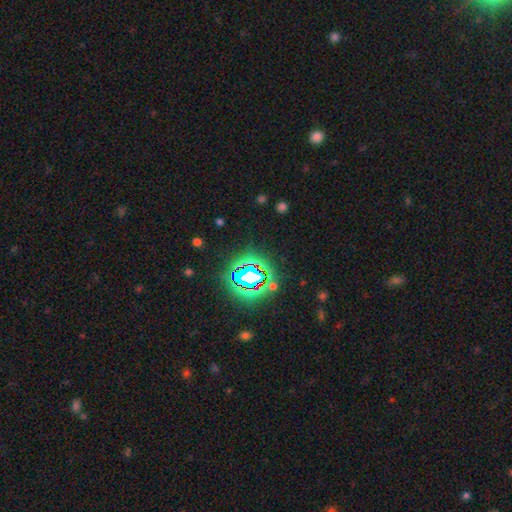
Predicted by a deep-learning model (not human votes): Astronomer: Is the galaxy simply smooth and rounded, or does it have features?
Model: star or artifact — 81%.